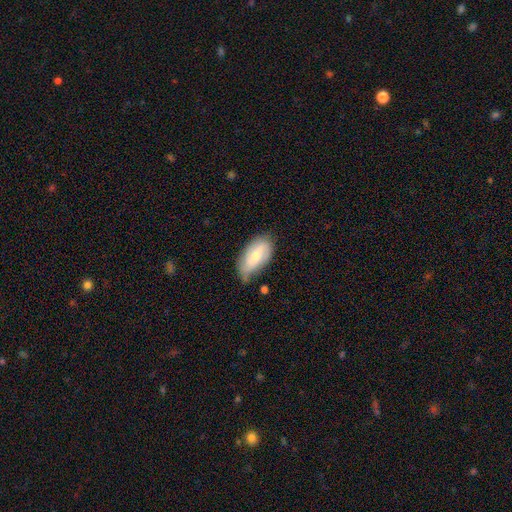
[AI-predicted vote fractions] Smooth or featured? smooth (63%)
How rounded? in between (92%)
Merging? none (57%)